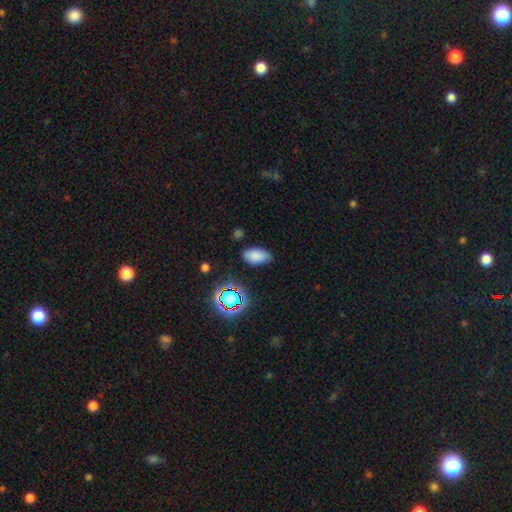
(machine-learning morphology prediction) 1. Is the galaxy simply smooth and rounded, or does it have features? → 78% smooth, 14% star or artifact, 8% featured or disk.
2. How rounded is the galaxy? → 93% in between, 4% round, 2% cigar-shaped.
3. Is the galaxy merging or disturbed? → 76% none, 18% minor disturbance, 4% major disturbance, 2% merger.